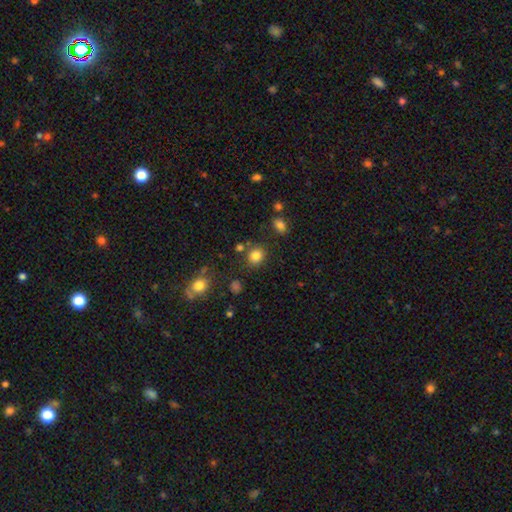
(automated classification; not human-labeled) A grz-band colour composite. It shows a smooth galaxy with no disk features (83%) that is round (76%). Merging: none (80%).